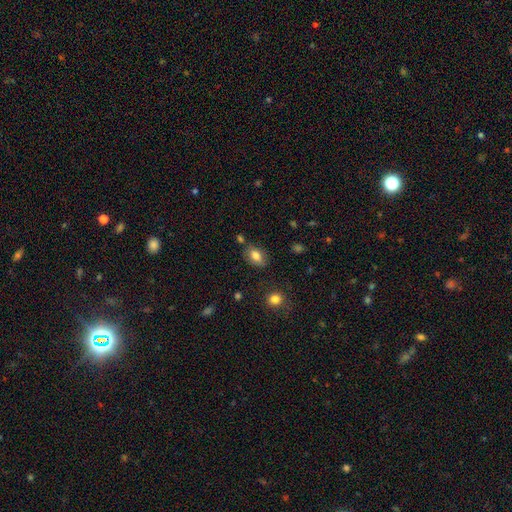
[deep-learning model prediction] smooth_or_featured: smooth (p=0.80) [alt: featured or disk p=0.11]
how_rounded: in between (p=0.84) [alt: round p=0.15]
merging: none (p=0.76) [alt: minor disturbance p=0.15]